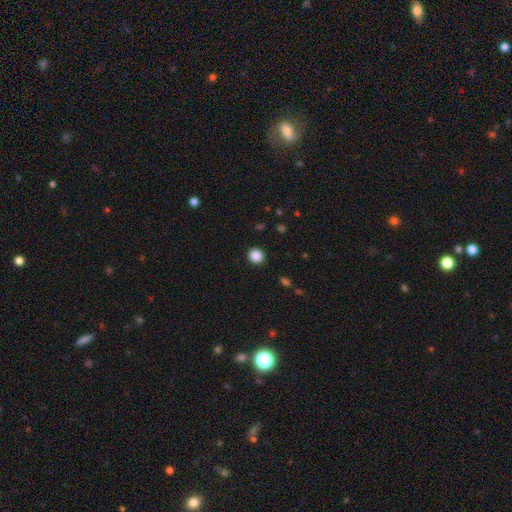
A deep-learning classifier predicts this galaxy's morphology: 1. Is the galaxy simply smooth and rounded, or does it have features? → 87% smooth, 10% star or artifact, 3% featured or disk.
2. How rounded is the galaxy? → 86% round, 13% in between, 1% cigar-shaped.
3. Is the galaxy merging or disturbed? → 92% none, 5% minor disturbance, 2% major disturbance, 1% merger.